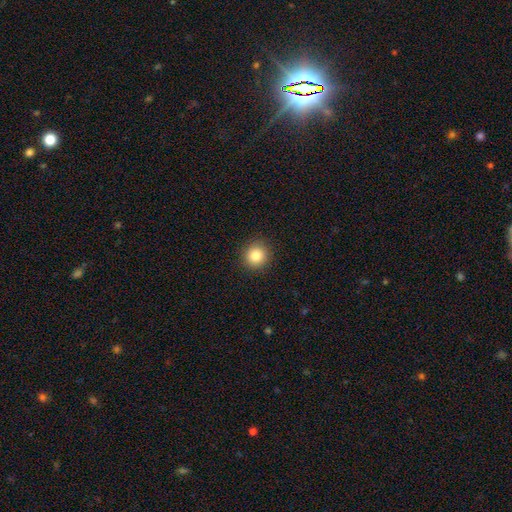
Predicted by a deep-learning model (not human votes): Smooth or featured: smooth — 84% (star or artifact — 10%)
How rounded: round — 91% (in between — 8%)
Merging: none — 91% (minor disturbance — 6%)